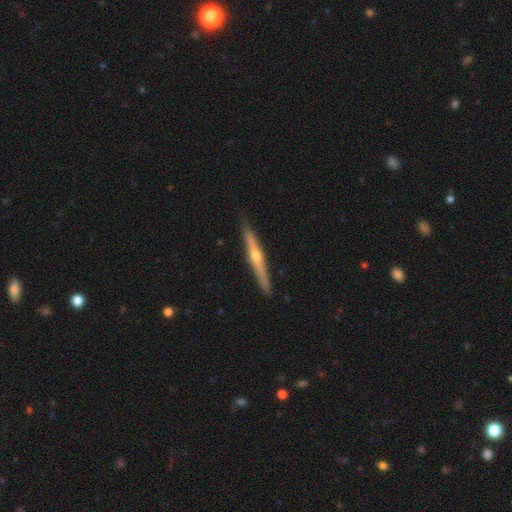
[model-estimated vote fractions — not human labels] smooth_or_featured: featured or disk (p=0.73) [alt: smooth p=0.21]
disk_edge_on: yes (p=0.97) [alt: no p=0.03]
edge_on_bulge: rounded (p=0.86) [alt: none p=0.12]
merging: none (p=0.91) [alt: minor disturbance p=0.07]